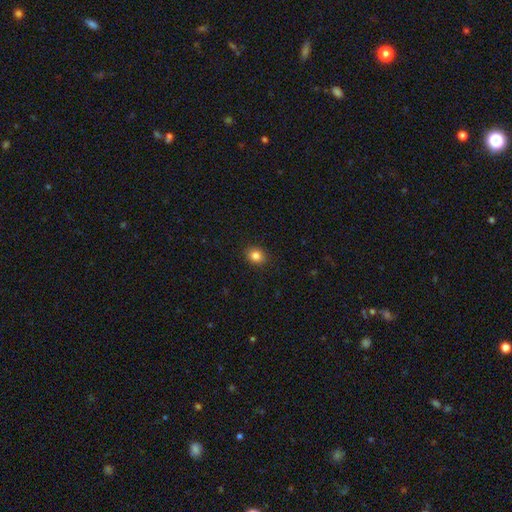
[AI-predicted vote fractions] Morphology: type=smooth (84%); roundness=round (52%); merging=none (89%).